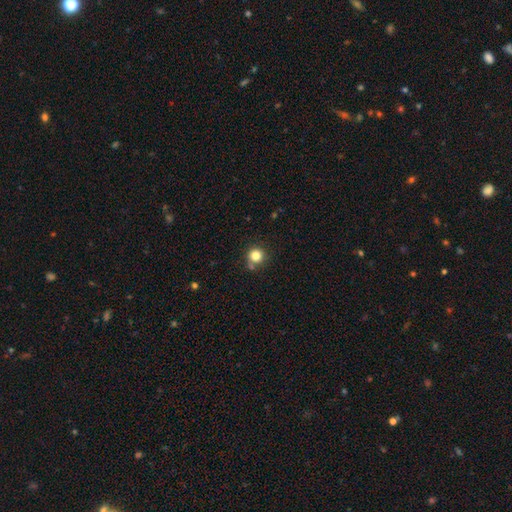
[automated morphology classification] A smooth galaxy with no disk features (83%) that is round (93%).

Vote fractions:
- Smooth or featured? smooth: 83% / star or artifact: 12% / featured or disk: 5%
- How rounded? round: 93% / in between: 6% / cigar-shaped: 1%
- Merging? none: 75% / minor disturbance: 11% / merger: 10% / major disturbance: 3%